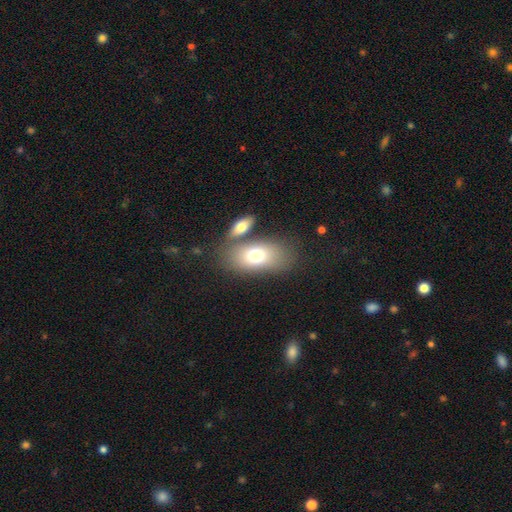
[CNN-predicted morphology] smooth-or-featured: smooth: 71% | featured or disk: 20% | star or artifact: 9%
  how-rounded: in between: 88% | round: 9% | cigar-shaped: 4%
  merging: none: 55% | merger: 26% | minor disturbance: 13% | major disturbance: 6%